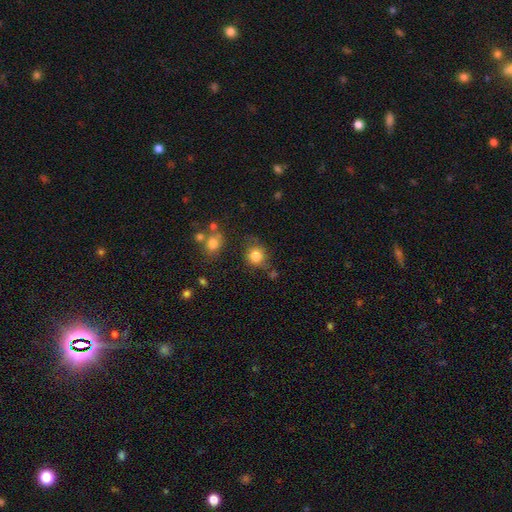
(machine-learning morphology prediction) type=smooth (82%); roundness=round (80%); merging=none (66%).